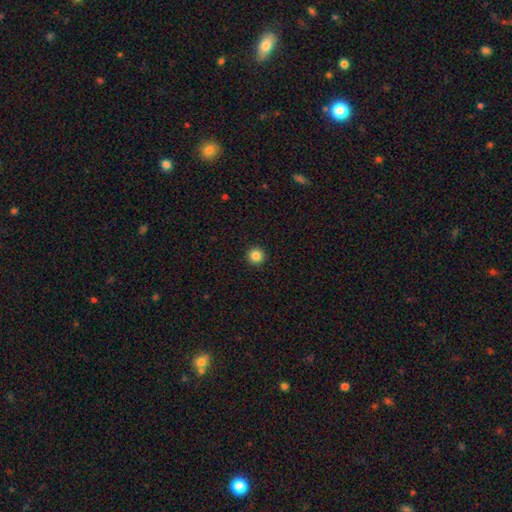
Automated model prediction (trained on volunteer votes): smooth-or-featured: smooth: 85% | star or artifact: 11% | featured or disk: 4%
  how-rounded: round: 96% | in between: 3% | cigar-shaped: 1%
  merging: none: 94% | minor disturbance: 4% | major disturbance: 1% | merger: 1%